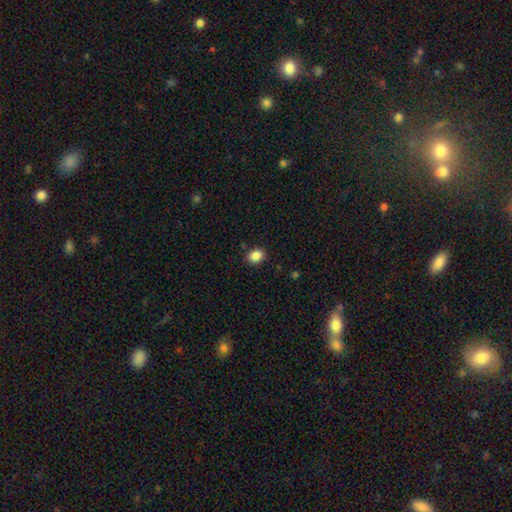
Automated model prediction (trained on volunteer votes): This appears to be a smooth galaxy with no disk features (86%) that is in between round and cigar-shaped (52%). Merging: none (88%).